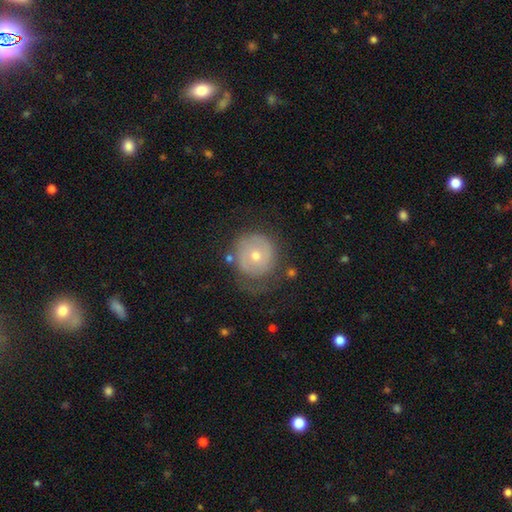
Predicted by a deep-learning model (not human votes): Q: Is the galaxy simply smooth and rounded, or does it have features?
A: featured or disk — 54%.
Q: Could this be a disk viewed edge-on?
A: no — 97%.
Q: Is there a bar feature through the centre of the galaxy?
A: no — 82%.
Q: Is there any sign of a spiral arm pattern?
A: yes — 57%.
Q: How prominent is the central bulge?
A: moderate — 50%.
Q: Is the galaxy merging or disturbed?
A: none — 61%.